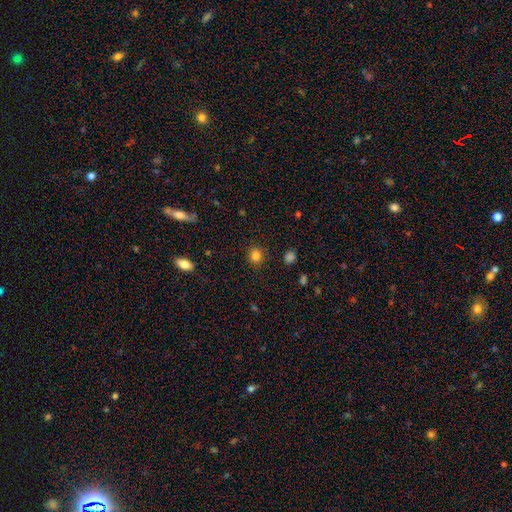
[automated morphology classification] Overall: smooth (84%). How rounded: round (88%). Merging: none (90%).